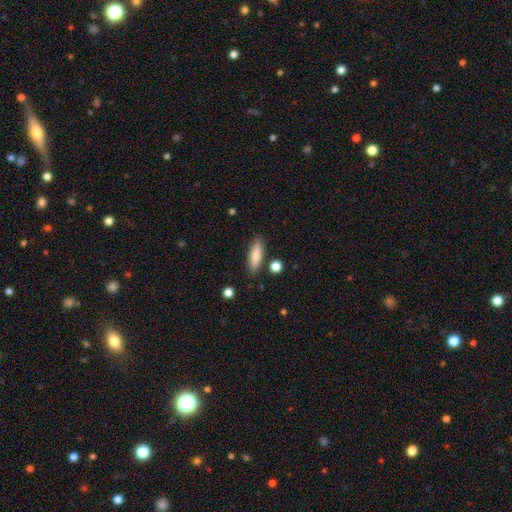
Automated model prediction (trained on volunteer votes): Morphology: type=smooth (82%); roundness=cigar-shaped (52%); merging=none (84%).